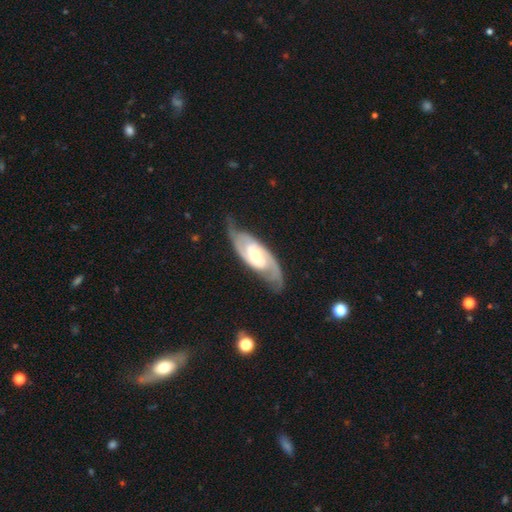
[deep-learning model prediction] smooth-or-featured: featured or disk: 86% | smooth: 10% | star or artifact: 4%
  disk-edge-on: no: 92% | yes: 8%
    bar: no: 59% | weak: 30% | strong: 10%
    has-spiral-arms: yes: 95% | no: 5%
      spiral-winding: tight: 42% (tied) | medium: 42% (tied) | loose: 17%
      spiral-arm-count: 2: 88% | can't tell: 6% | 3: 2% | 1: 2% | 4: 1% | more than 4: 1%
    bulge-size: moderate: 66% | small: 23% | large: 8% | none: 1% | dominant: 1%
  merging: none: 71% | minor disturbance: 20% | major disturbance: 8% | merger: 2%